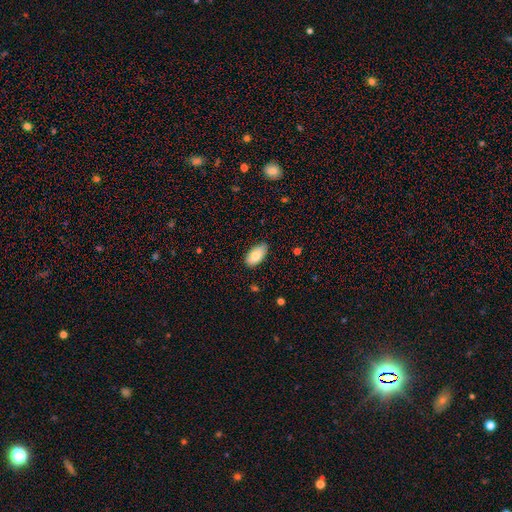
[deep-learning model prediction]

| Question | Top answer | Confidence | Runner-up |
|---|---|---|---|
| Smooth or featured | smooth | 81% | featured or disk (12%) |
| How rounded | in between | 94% | round (3%) |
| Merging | none | 78% | minor disturbance (18%) |